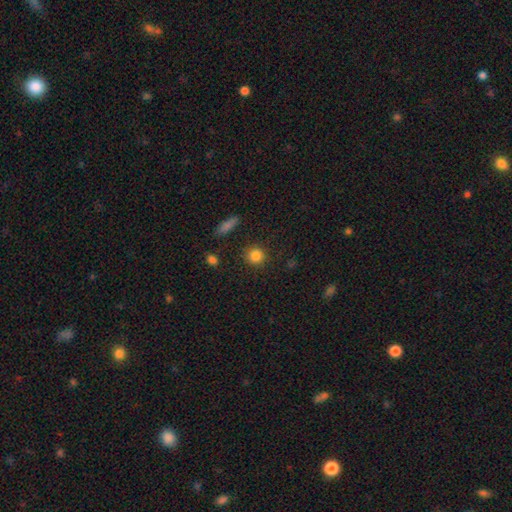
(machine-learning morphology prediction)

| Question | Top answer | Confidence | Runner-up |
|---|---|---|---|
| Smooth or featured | smooth | 84% | star or artifact (11%) |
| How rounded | round | 90% | in between (8%) |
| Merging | none | 87% | minor disturbance (8%) |